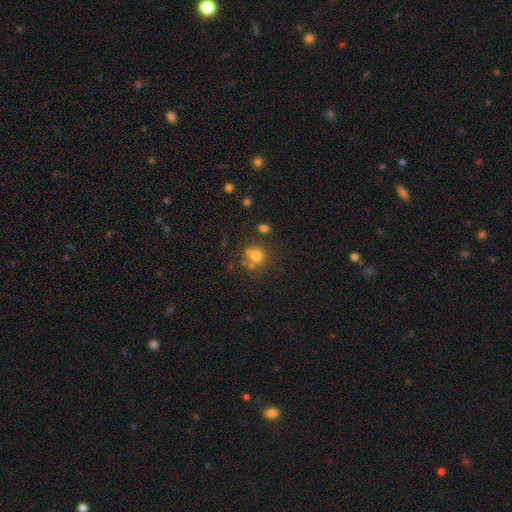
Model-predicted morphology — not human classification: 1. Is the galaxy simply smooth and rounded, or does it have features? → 68% smooth, 17% featured or disk, 16% star or artifact.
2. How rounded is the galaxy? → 84% round, 15% in between, 1% cigar-shaped.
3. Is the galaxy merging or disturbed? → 52% none, 30% merger, 12% minor disturbance, 6% major disturbance.